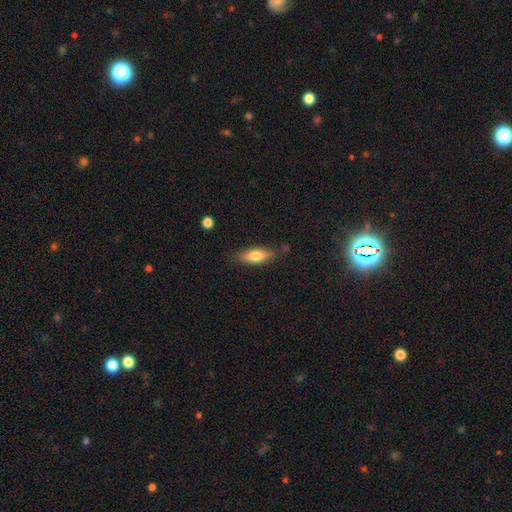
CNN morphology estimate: Q: Smooth or featured?
A: smooth (73%); runner-up: featured or disk (20%)
Q: How rounded?
A: in between (66%); runner-up: cigar-shaped (31%)
Q: Merging?
A: none (78%); runner-up: minor disturbance (16%)